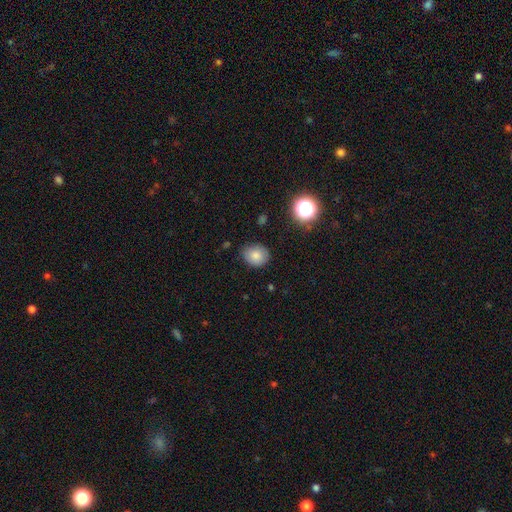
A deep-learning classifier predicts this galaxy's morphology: Smooth or featured?
  - smooth: 82% *
  - star or artifact: 11%
  - featured or disk: 7%
How rounded?
  - round: 66% *
  - in between: 33%
  - cigar-shaped: 1%
Merging?
  - none: 78% *
  - minor disturbance: 17%
  - major disturbance: 3%
  - merger: 2%